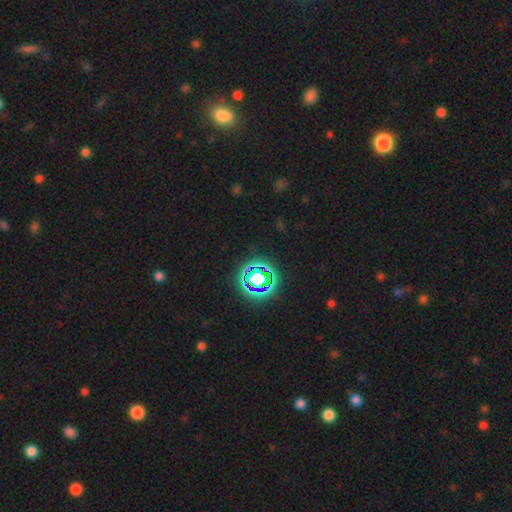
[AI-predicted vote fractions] This is likely a star or artifact rather than a galaxy (77%).